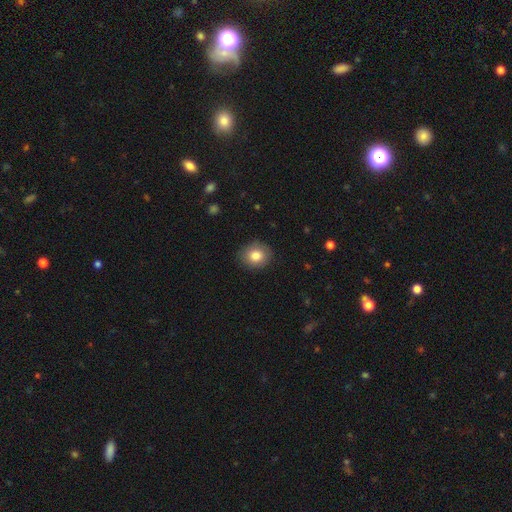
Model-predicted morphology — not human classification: smooth-or-featured: smooth: 83% | featured or disk: 9% | star or artifact: 9%
  how-rounded: round: 72% | in between: 27% | cigar-shaped: 1%
  merging: none: 87% | minor disturbance: 9% | major disturbance: 2% | merger: 1%